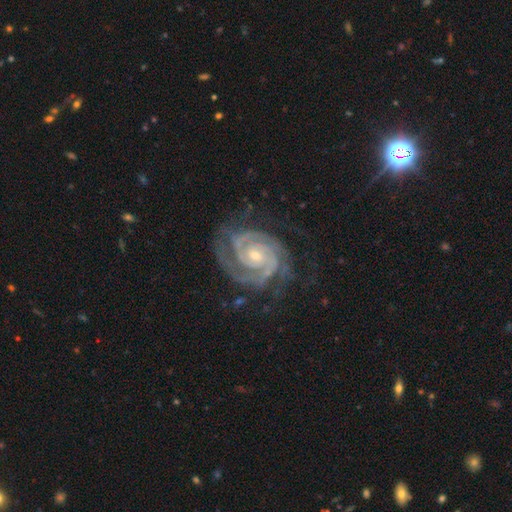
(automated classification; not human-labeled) Morphology: type=featured or disk (93%); edge-on=no (98%); bar=no (64%); spiral arms=yes (99%); winding=tight (77%); arm count=2 (55%); bulge=small (56%); merging=none (72%).